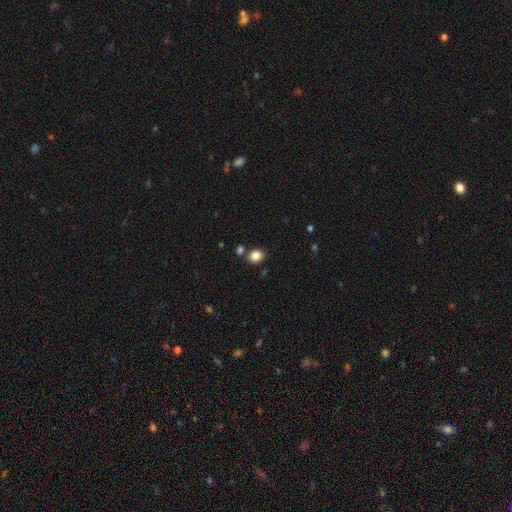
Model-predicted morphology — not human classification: smooth 86%, star or artifact 10%, featured or disk 4%. Down the decision tree: how rounded — round (58%); merging — none (78%).